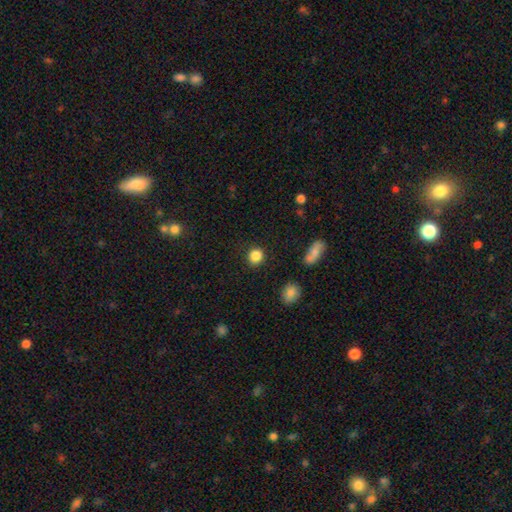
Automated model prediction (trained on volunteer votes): smooth-or-featured: smooth: 86% | star or artifact: 10% | featured or disk: 4%
  how-rounded: round: 85% | in between: 14% | cigar-shaped: 1%
  merging: none: 88% | minor disturbance: 7% | major disturbance: 3% | merger: 2%